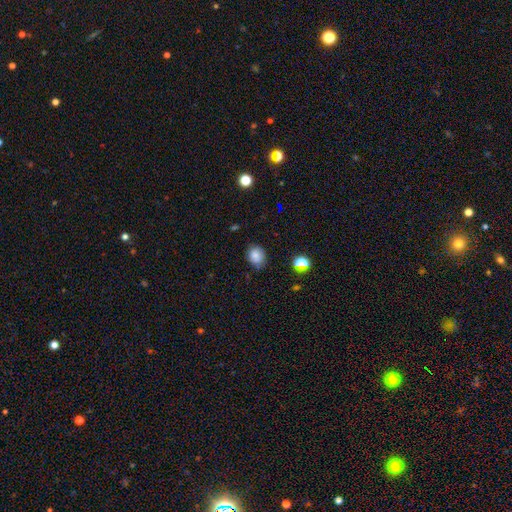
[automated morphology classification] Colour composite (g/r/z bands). It shows a smooth galaxy with no disk features (81%) that is round (67%). Merging: none (78%).